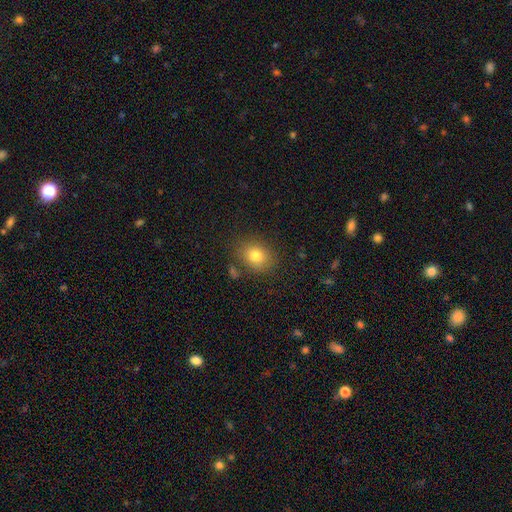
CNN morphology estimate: smooth 79%, star or artifact 11%, featured or disk 9%. Down the decision tree: how rounded — round (51%); merging — none (81%).